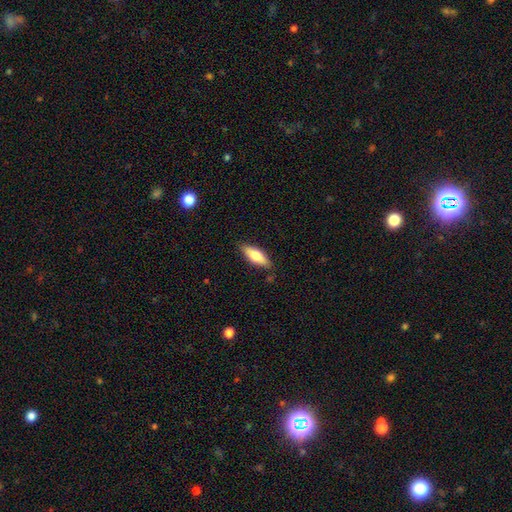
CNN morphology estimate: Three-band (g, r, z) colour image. It shows a smooth galaxy with no disk features (69%) that is in between round and cigar-shaped (61%). Merging: none (84%).